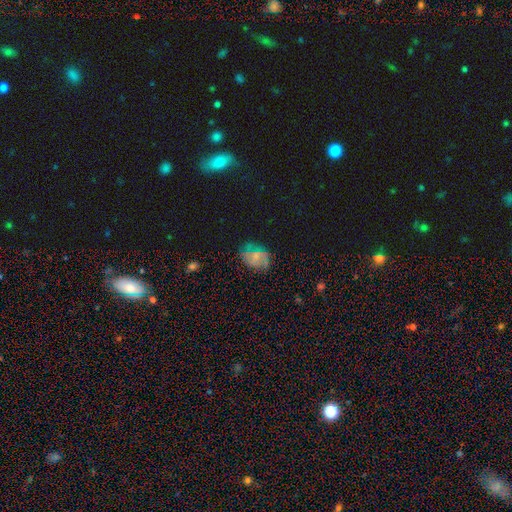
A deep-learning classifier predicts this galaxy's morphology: Smooth or featured? Predicted: smooth (p=0.45). Merging? Predicted: none (p=0.62).